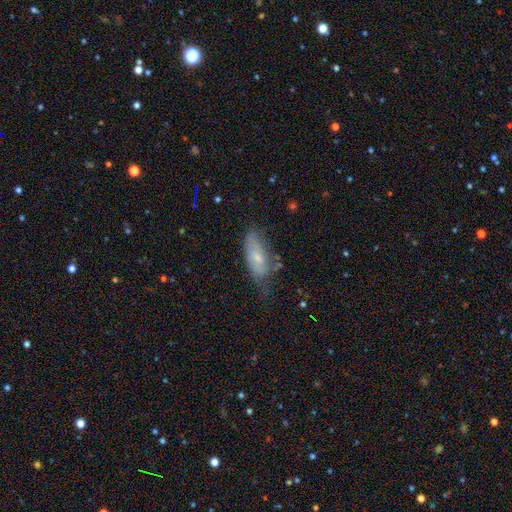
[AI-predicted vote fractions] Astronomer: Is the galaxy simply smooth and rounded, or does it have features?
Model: smooth — 50% (runner-up: featured or disk, 38%).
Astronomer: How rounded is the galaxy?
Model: in between — 78%.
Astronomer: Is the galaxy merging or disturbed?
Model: none — 47% (runner-up: minor disturbance, 36%).